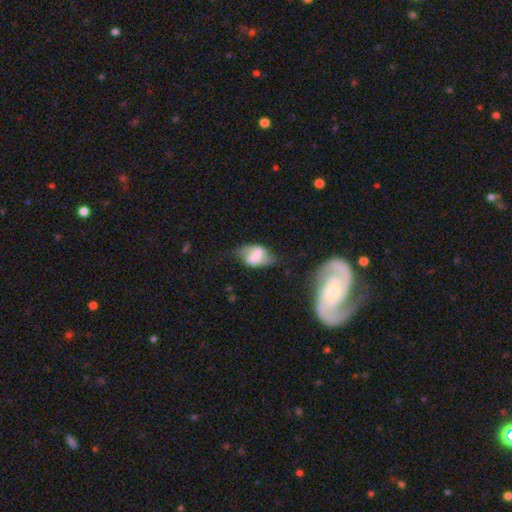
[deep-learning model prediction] A featured or disk galaxy (52%).

Vote fractions:
- Smooth or featured? featured or disk: 52% / smooth: 39% / star or artifact: 9%
- Edge-on disk? no: 89% / yes: 11%
- Merging? none: 50% / minor disturbance: 29% / major disturbance: 16% / merger: 5%